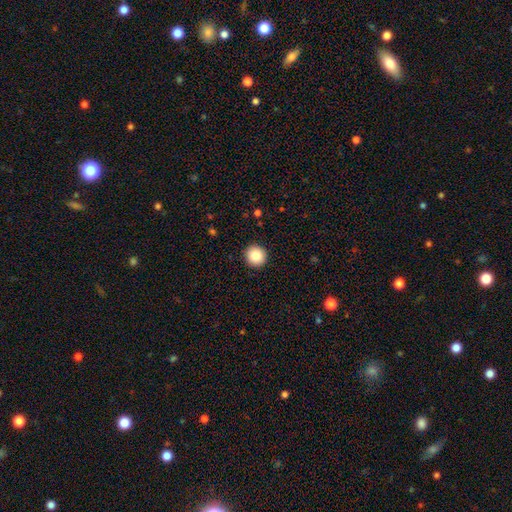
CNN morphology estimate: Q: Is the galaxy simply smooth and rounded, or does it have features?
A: smooth — 84%.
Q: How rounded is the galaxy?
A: round — 96%.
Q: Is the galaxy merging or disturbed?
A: none — 93%.